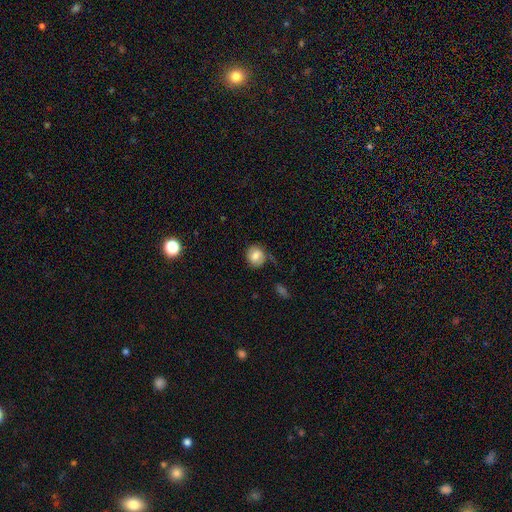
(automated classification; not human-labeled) A smooth galaxy with no disk features (78%) that is round (77%).

Vote fractions:
- Smooth or featured? smooth: 78% / featured or disk: 13% / star or artifact: 9%
- How rounded? round: 77% / in between: 22% / cigar-shaped: 1%
- Merging? none: 66% / minor disturbance: 23% / major disturbance: 8% / merger: 3%